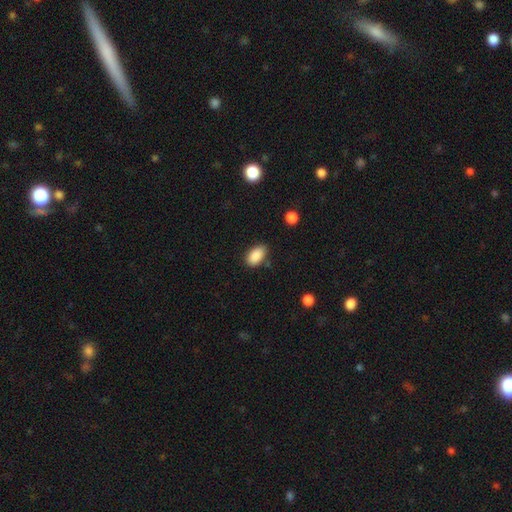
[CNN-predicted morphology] smooth_or_featured: smooth (p=0.89) [alt: star or artifact p=0.07]
how_rounded: in between (p=0.93) [alt: round p=0.05]
merging: none (p=0.79) [alt: minor disturbance p=0.15]